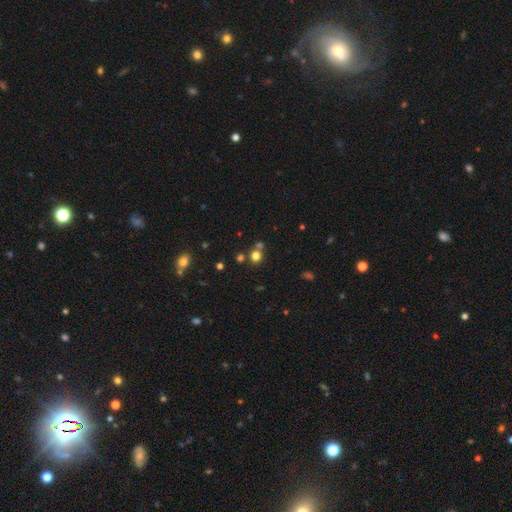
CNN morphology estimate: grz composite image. It shows a smooth galaxy with no disk features (73%) that is round (86%). Merging: none (68%).